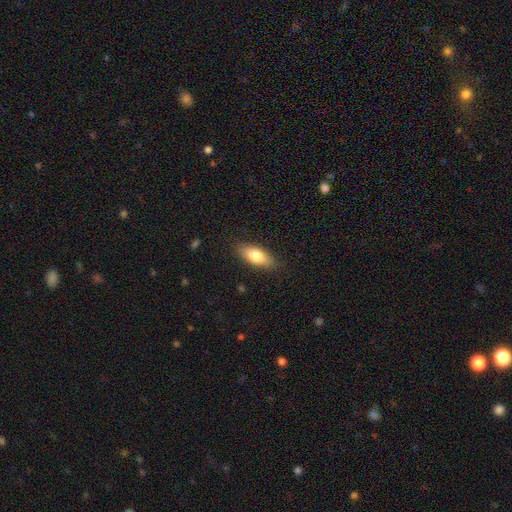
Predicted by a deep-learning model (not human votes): Morphology: type=smooth (76%); roundness=in between (77%); merging=none (86%).